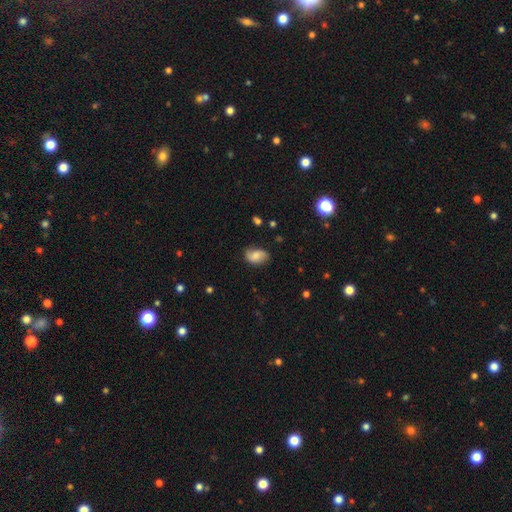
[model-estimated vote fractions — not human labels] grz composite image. It shows a smooth galaxy with no disk features (67%) that is in between round and cigar-shaped (85%). Merging: none (70%).